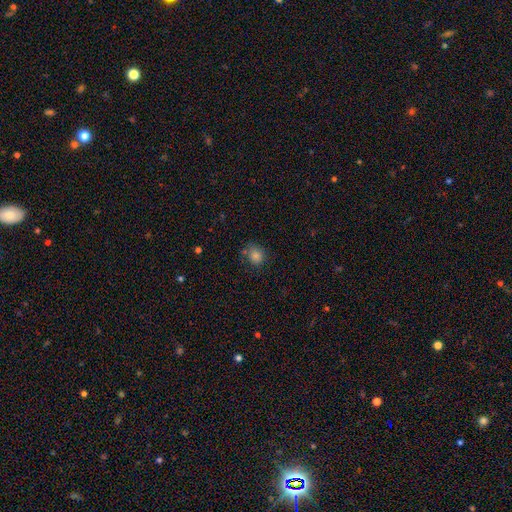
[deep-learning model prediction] Smooth or featured? smooth (80%)
How rounded? round (73%)
Merging? none (70%)